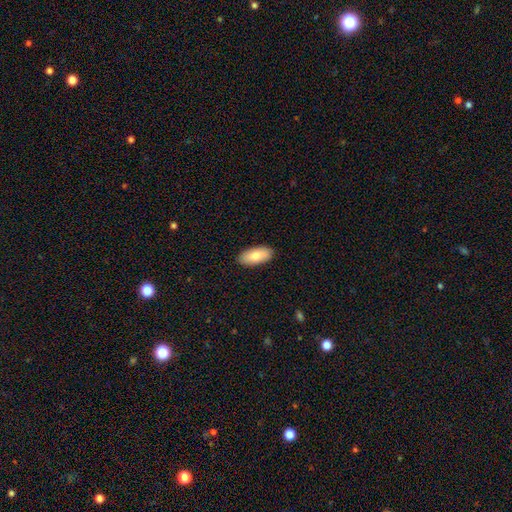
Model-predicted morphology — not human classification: smooth_or_featured: smooth (p=0.78) [alt: featured or disk p=0.16]
how_rounded: in between (p=0.90) [alt: cigar-shaped p=0.08]
merging: none (p=0.90) [alt: minor disturbance p=0.08]